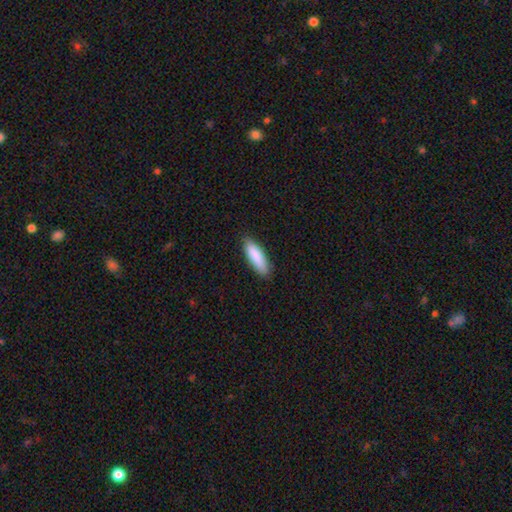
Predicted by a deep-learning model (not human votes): smooth 88%, featured or disk 6%, star or artifact 5%. Down the decision tree: how rounded — cigar-shaped (49%, tied with in between); merging — none (87%).